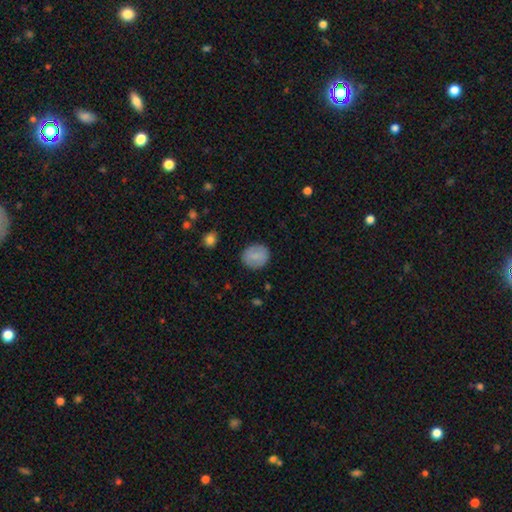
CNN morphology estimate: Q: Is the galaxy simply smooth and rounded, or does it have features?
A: smooth — 82%.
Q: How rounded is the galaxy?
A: round — 80%.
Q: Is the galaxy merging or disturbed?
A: none — 87%.